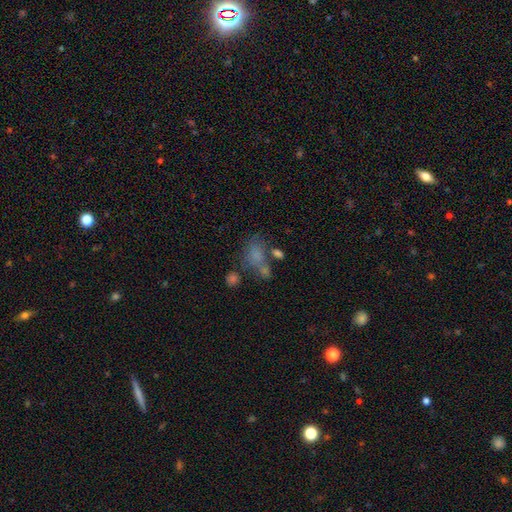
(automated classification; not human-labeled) smooth-or-featured: smooth: 66% | featured or disk: 18% | star or artifact: 16%
  how-rounded: in between: 76% | round: 20% | cigar-shaped: 3%
  merging: none: 35% | merger: 30% | major disturbance: 18% | minor disturbance: 17%